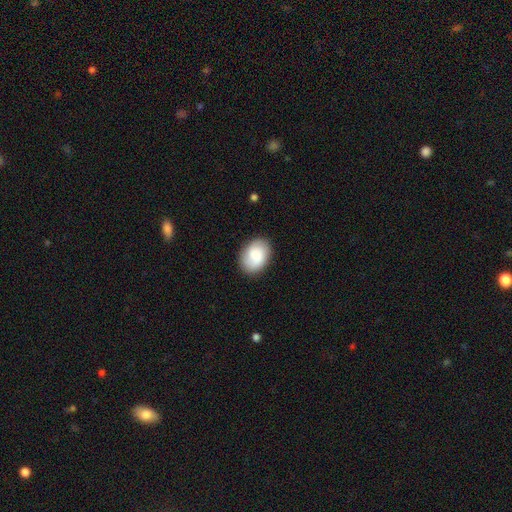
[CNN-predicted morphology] type=smooth (73%); roundness=in between (76%); merging=none (84%).